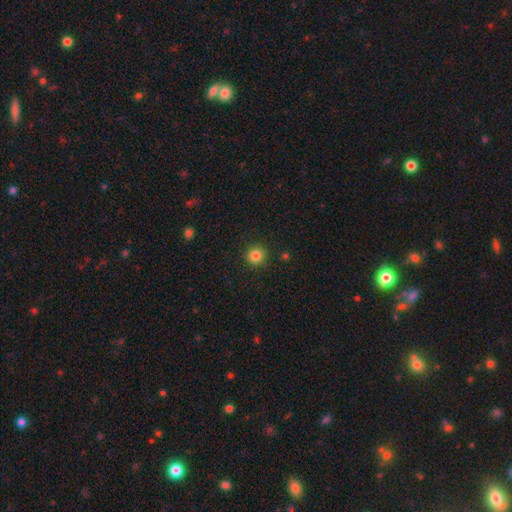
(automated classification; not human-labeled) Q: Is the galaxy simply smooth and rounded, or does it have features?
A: smooth — 84%.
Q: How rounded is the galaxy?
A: round — 93%.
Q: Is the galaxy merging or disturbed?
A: none — 91%.